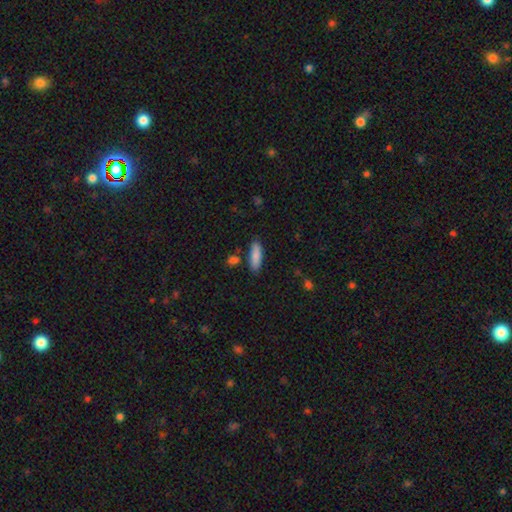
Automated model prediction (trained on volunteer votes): Q: Smooth or featured?
A: smooth (86%); runner-up: featured or disk (7%)
Q: How rounded?
A: cigar-shaped (50%); runner-up: in between (48%)
Q: Merging?
A: none (83%); runner-up: minor disturbance (11%)